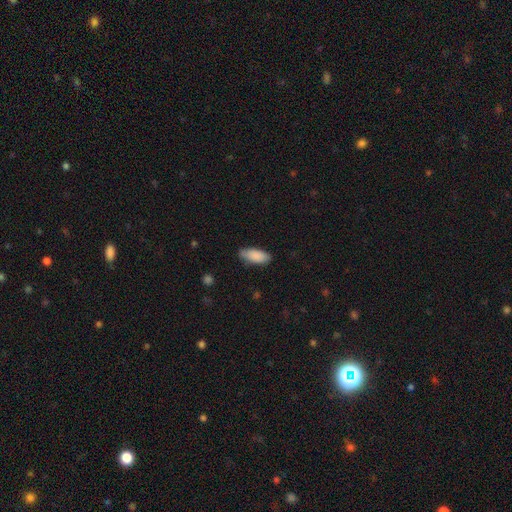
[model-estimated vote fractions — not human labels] smooth_or_featured: smooth (p=0.88) [alt: star or artifact p=0.06]
how_rounded: in between (p=0.83) [alt: cigar-shaped p=0.16]
merging: none (p=0.78) [alt: minor disturbance p=0.18]